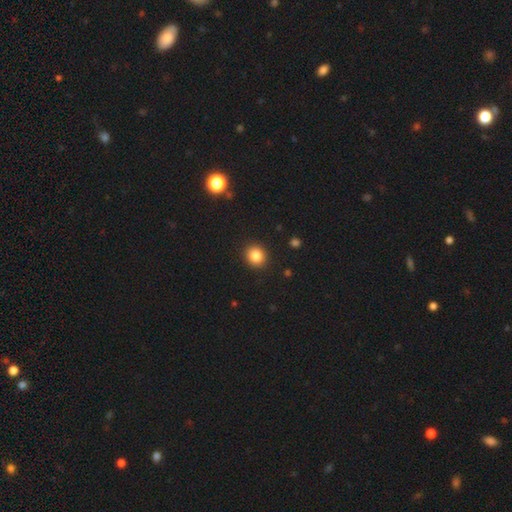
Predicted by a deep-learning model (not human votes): Overall: smooth (84%). How rounded: round (85%). Merging: none (92%).